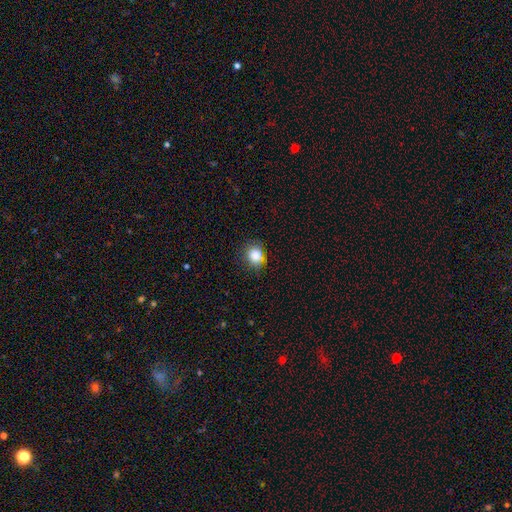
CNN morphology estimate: smooth-or-featured: smooth: 87% | star or artifact: 10% | featured or disk: 4%
  how-rounded: round: 75% | in between: 24% | cigar-shaped: 1%
  merging: none: 81% | minor disturbance: 14% | major disturbance: 3% | merger: 1%